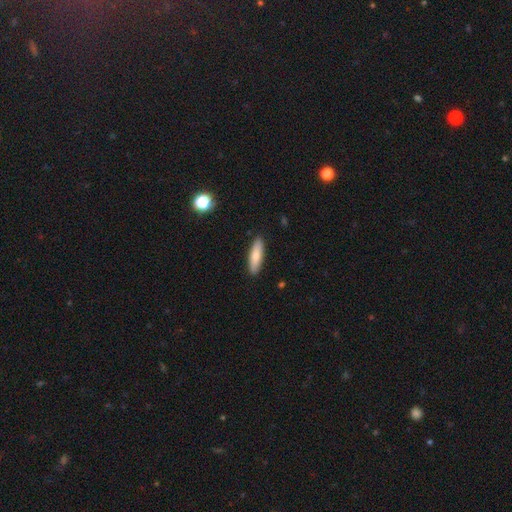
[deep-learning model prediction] Overall: smooth (75%). How rounded: cigar-shaped (59%; in between 39%). Merging: none (90%).